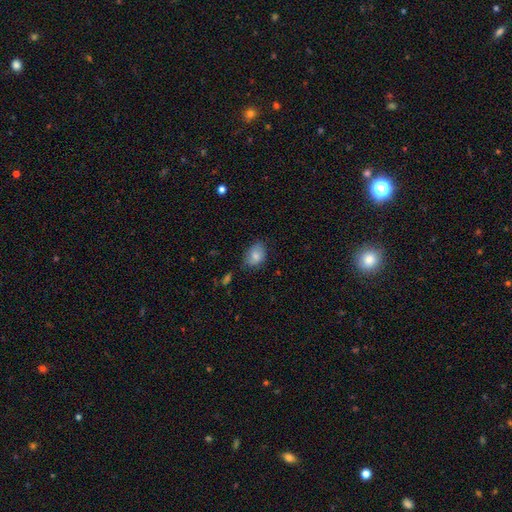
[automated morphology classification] smooth-or-featured: smooth: 77% | featured or disk: 15% | star or artifact: 8%
  how-rounded: in between: 76% | round: 23% | cigar-shaped: 1%
  merging: none: 65% | minor disturbance: 28% | major disturbance: 5% | merger: 2%